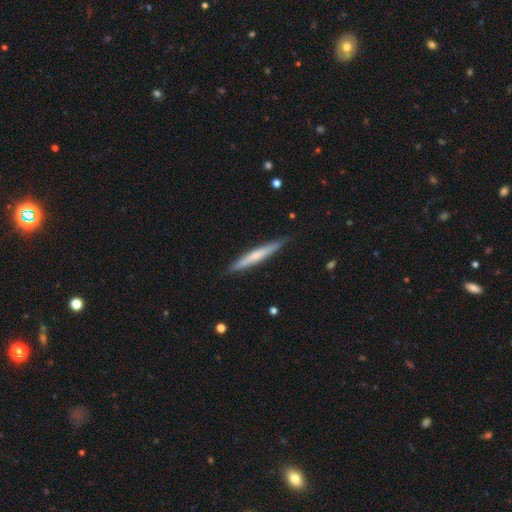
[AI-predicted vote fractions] Overall: smooth (55%; featured or disk 40%). How rounded: cigar-shaped (96%). Merging: none (87%).